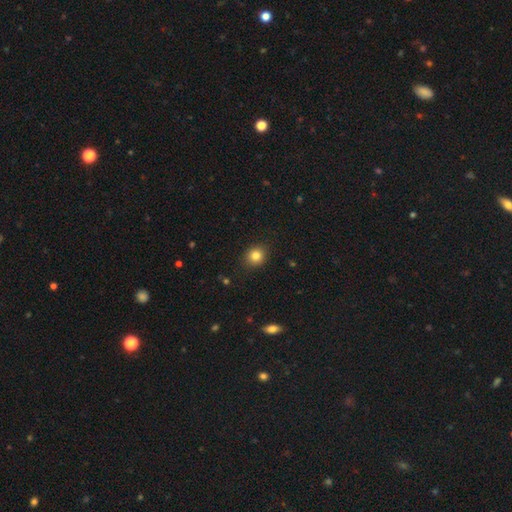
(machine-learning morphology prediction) smooth 82%, star or artifact 11%, featured or disk 6%. Down the decision tree: how rounded — round (79%); merging — none (89%).